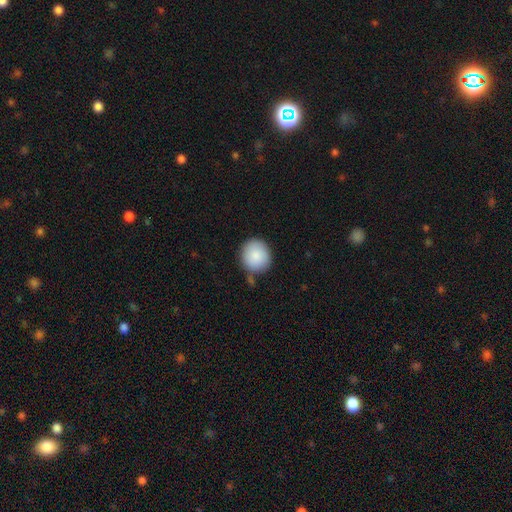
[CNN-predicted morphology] Smooth or featured?
  - smooth: 88% *
  - star or artifact: 6%
  - featured or disk: 6%
How rounded?
  - round: 85% *
  - in between: 14%
  - cigar-shaped: 1%
Merging?
  - none: 77% *
  - minor disturbance: 13%
  - merger: 6%
  - major disturbance: 3%